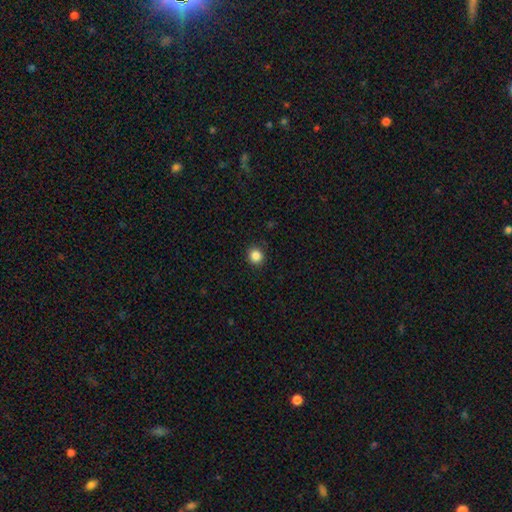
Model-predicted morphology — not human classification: smooth-or-featured: smooth: 85% | star or artifact: 11% | featured or disk: 4%
  how-rounded: round: 91% | in between: 8% | cigar-shaped: 1%
  merging: none: 91% | minor disturbance: 6% | major disturbance: 2% | merger: 1%